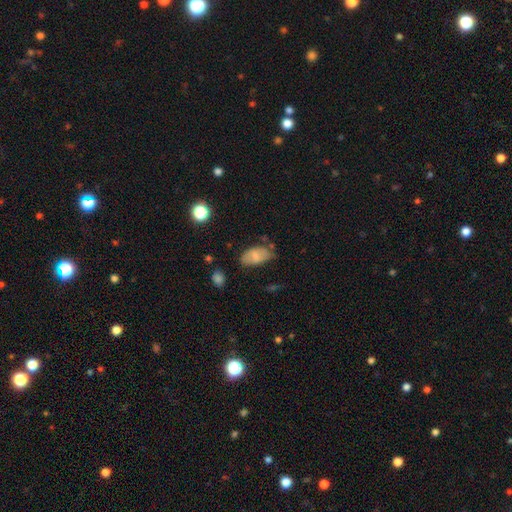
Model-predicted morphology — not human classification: type=smooth (71%); roundness=in between (93%); merging=none (57%).